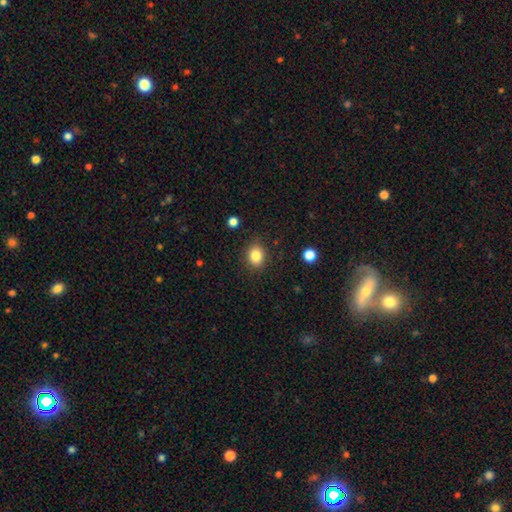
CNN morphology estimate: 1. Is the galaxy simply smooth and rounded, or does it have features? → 84% smooth, 10% star or artifact, 6% featured or disk.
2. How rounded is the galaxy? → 52% round, 48% in between, 1% cigar-shaped.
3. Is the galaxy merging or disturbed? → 85% none, 10% minor disturbance, 3% major disturbance, 1% merger.